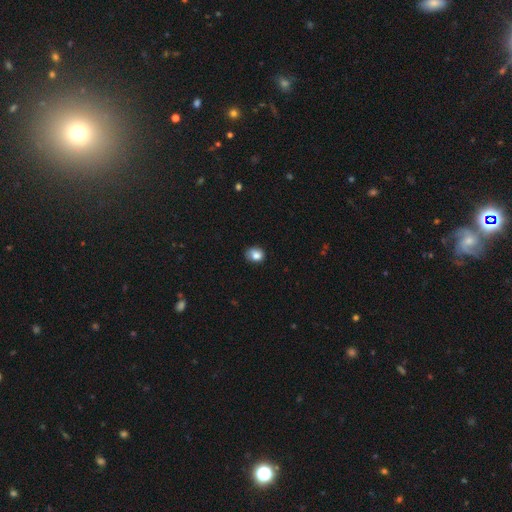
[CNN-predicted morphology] Q: Smooth or featured?
A: smooth (83%); runner-up: star or artifact (10%)
Q: How rounded?
A: round (59%); runner-up: in between (40%)
Q: Merging?
A: none (70%); runner-up: minor disturbance (24%)